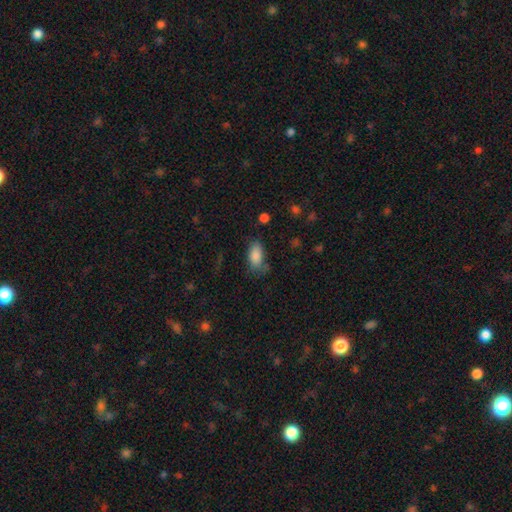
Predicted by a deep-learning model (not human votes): Smooth or featured?
  - smooth: 85% *
  - star or artifact: 8%
  - featured or disk: 6%
How rounded?
  - in between: 92% *
  - round: 4%
  - cigar-shaped: 4%
Merging?
  - none: 60% *
  - minor disturbance: 27%
  - major disturbance: 10%
  - merger: 3%